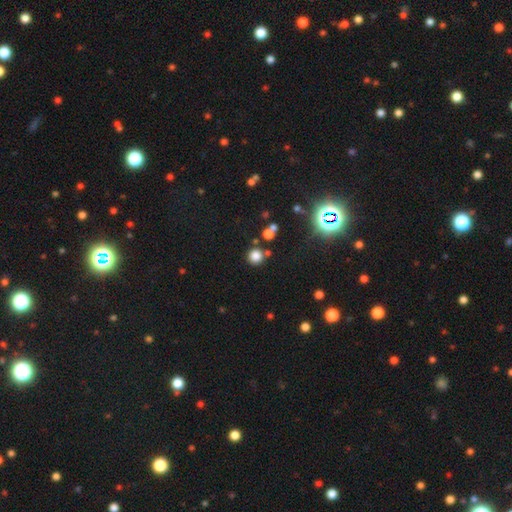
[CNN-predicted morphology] type=smooth (75%); roundness=round (93%); merging=none (77%).